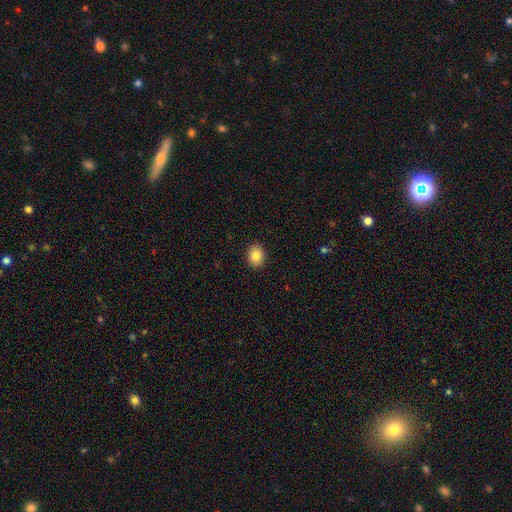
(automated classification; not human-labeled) This appears to be a smooth galaxy with no disk features (86%) that is in between round and cigar-shaped (51%). Merging: none (90%).